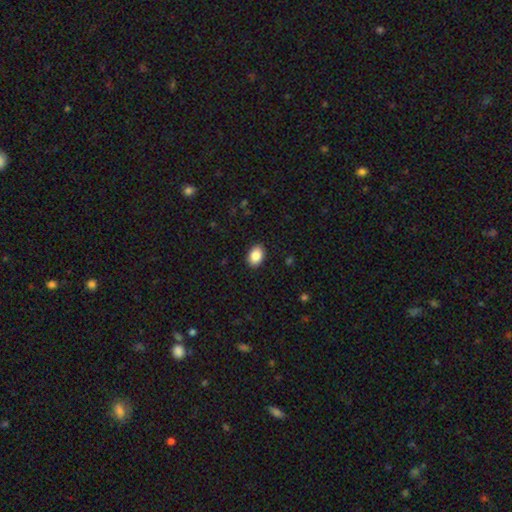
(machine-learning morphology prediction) Smooth or featured: smooth — 88% (star or artifact — 8%)
How rounded: in between — 84% (round — 15%)
Merging: none — 90% (minor disturbance — 7%)